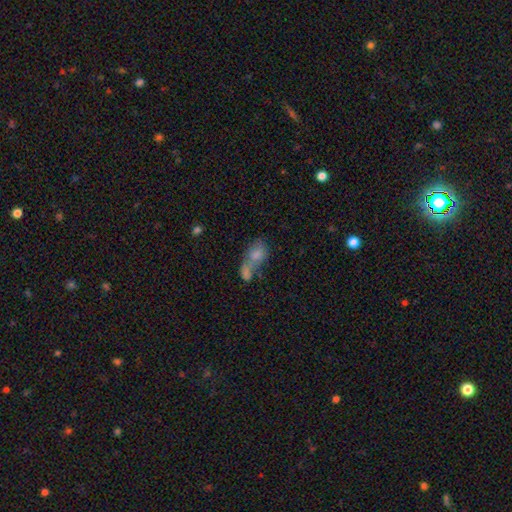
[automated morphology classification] The model was most divided on "merging": merger: 63%, none: 19%, minor disturbance: 10%, major disturbance: 9%. More confident: how rounded — in between (79%); smooth or featured — smooth (70%).